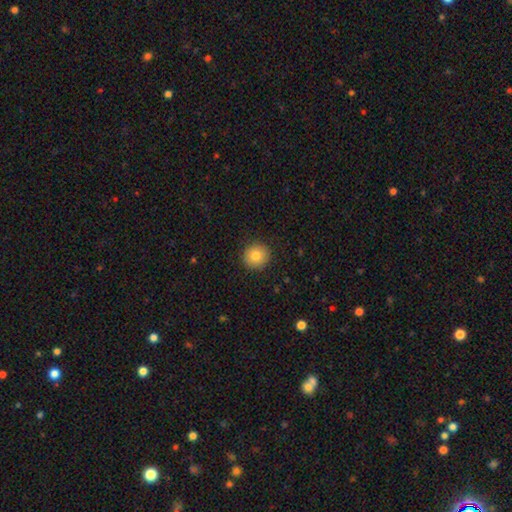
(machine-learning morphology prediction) smooth_or_featured: smooth (p=0.82) [alt: star or artifact p=0.09]
how_rounded: round (p=0.91) [alt: in between p=0.08]
merging: none (p=0.90) [alt: minor disturbance p=0.07]